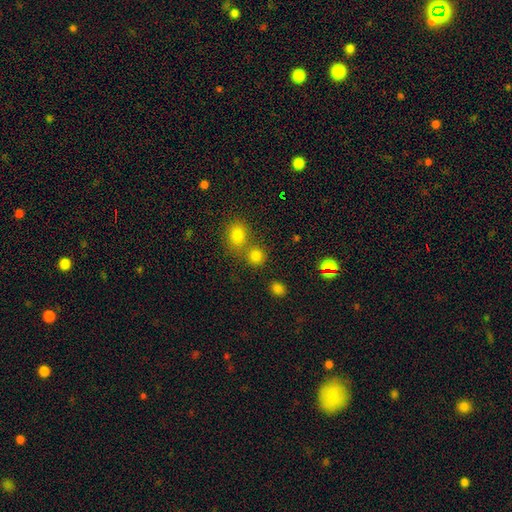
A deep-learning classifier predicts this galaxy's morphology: smooth-or-featured: smooth: 79% | star or artifact: 15% | featured or disk: 6%
  how-rounded: round: 83% | in between: 16% | cigar-shaped: 1%
  merging: none: 57% | merger: 33% | minor disturbance: 7% | major disturbance: 3%